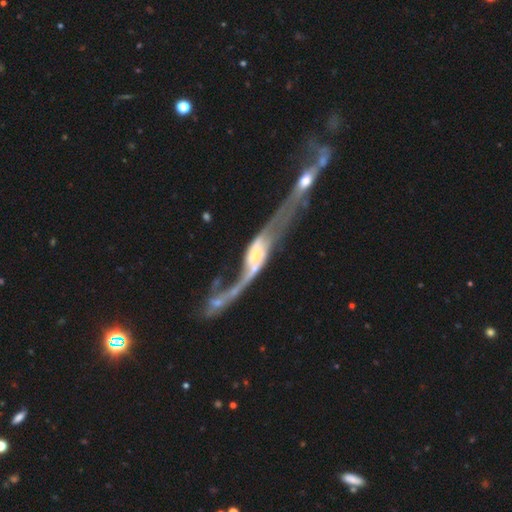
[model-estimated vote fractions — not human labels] A featured or disk galaxy (85%) with no bar (53%), 2 (90%) loose (89%) spiral arms (86%) and a small central bulge (57%).

Vote fractions:
- Smooth or featured? featured or disk: 85% / smooth: 10% / star or artifact: 5%
- Edge-on disk? no: 82% / yes: 18%
- Bar? no: 53% / weak: 30% / strong: 17%
- Spiral arms? yes: 86% / no: 14%
- Spiral winding? loose: 89% / medium: 7% / tight: 4%
- Spiral arm count? 2: 90% / can't tell: 3% / 1: 3% / 3: 1% / 4: 1% / more than 4: 1%
- Bulge size? small: 57% / moderate: 28% / none: 7% / large: 5% / dominant: 2%
- Merging? merger: 35% / major disturbance: 28% / none: 24% / minor disturbance: 13%